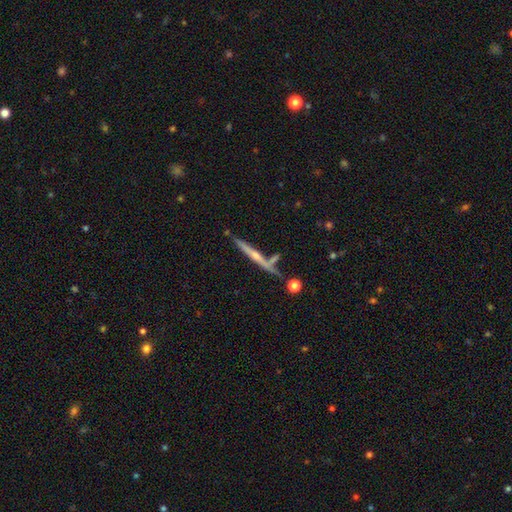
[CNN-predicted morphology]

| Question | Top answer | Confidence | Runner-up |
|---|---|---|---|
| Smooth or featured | featured or disk | 66% | smooth (26%) |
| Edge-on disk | yes | 96% | no (4%) |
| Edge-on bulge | rounded | 63% | none (32%) |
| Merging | none | 69% | minor disturbance (14%) |